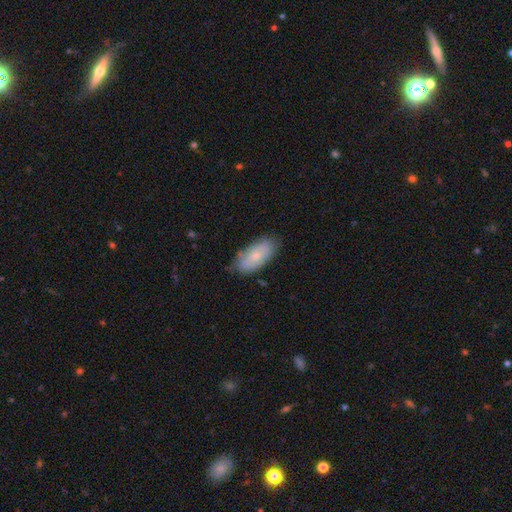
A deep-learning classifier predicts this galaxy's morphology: This appears to be a smooth galaxy with no disk features (72%) that is in between round and cigar-shaped (91%). Merging: none (74%).